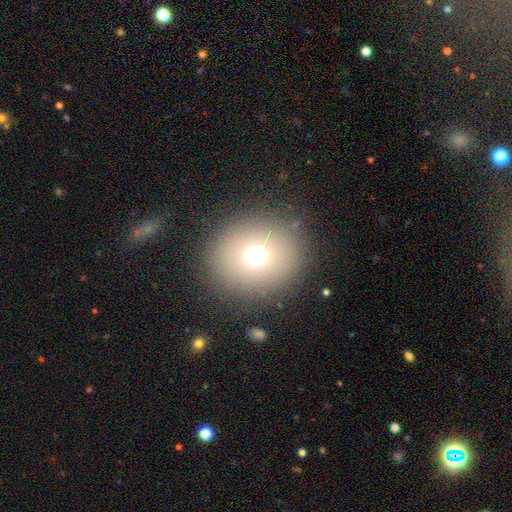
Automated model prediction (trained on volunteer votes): The model was most divided on "smooth or featured": smooth: 66%, star or artifact: 20%, featured or disk: 14%. More confident: merging — none (86%); how rounded — round (76%).